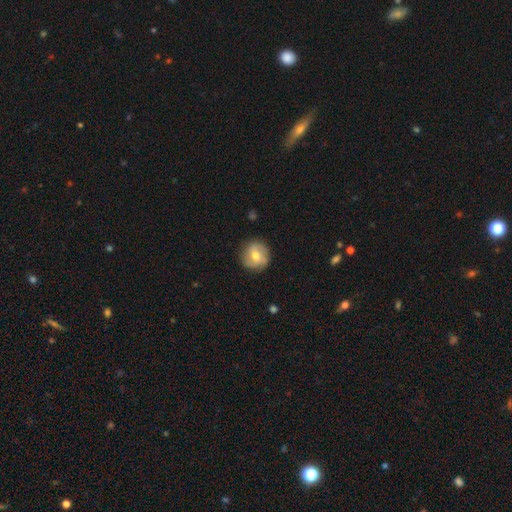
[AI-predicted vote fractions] Morphology: type=featured or disk (50%); edge-on=no (97%); merging=none (83%).